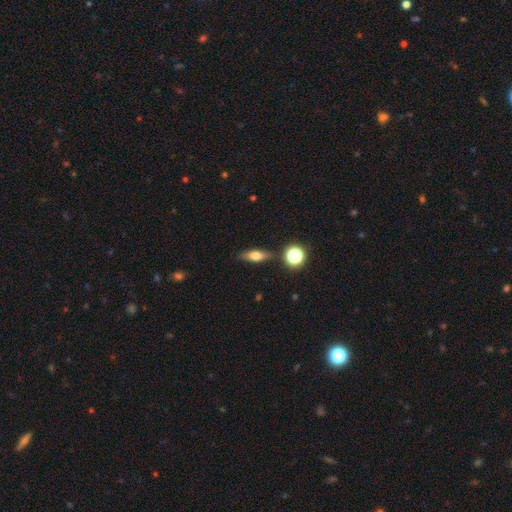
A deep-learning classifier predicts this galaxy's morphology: This appears to be a smooth galaxy with no disk features (62%) that is in between round and cigar-shaped (56%). Merging: none (83%).